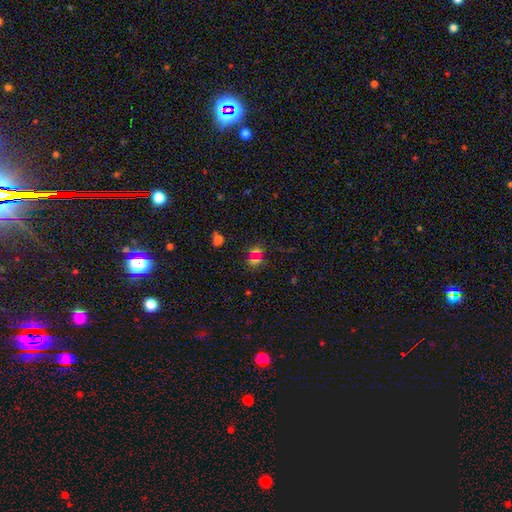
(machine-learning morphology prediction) smooth 44% (tied), star or artifact 44% (tied), featured or disk 12%. Down the decision tree: merging — none (61%).